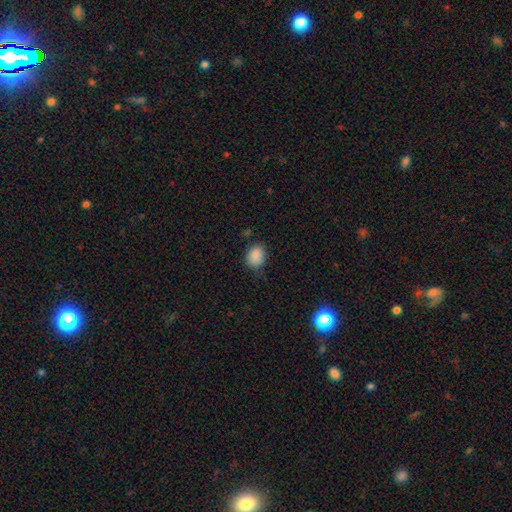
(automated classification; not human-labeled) A smooth galaxy with no disk features (87%) that is in between round and cigar-shaped (55%).

Vote fractions:
- Smooth or featured? smooth: 87% / star or artifact: 8% / featured or disk: 4%
- How rounded? in between: 55% / round: 44% / cigar-shaped: 1%
- Merging? none: 73% / minor disturbance: 20% / major disturbance: 4% / merger: 2%